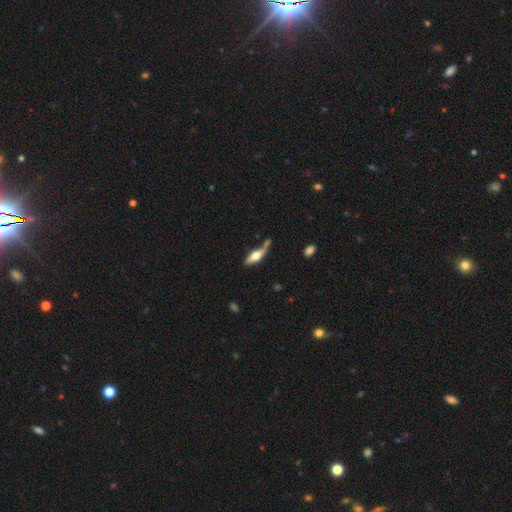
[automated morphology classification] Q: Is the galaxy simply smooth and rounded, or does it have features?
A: featured or disk — 48%.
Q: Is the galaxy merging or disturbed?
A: none — 51%.